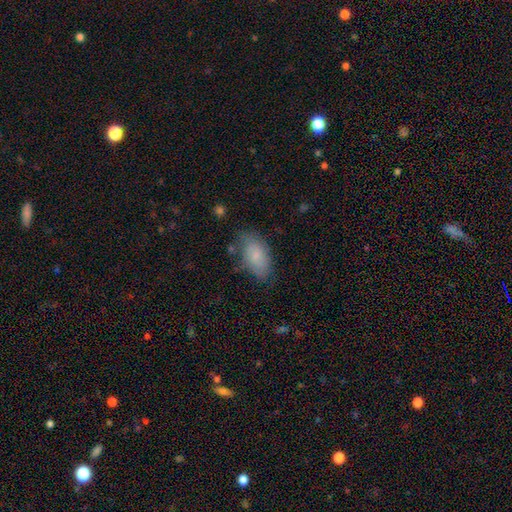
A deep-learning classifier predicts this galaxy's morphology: Overall: smooth (81%). How rounded: in between (93%). Merging: none (70%).